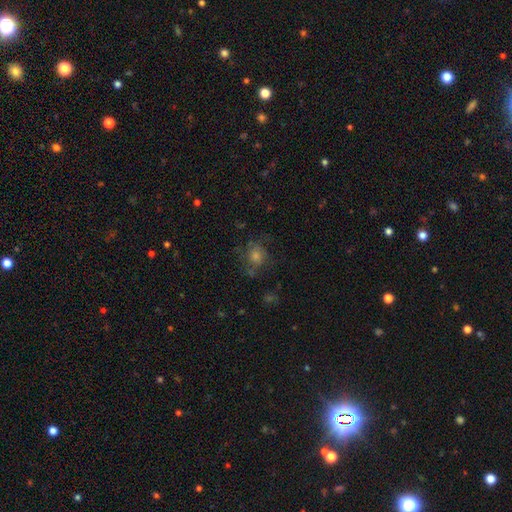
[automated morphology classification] Smooth or featured: smooth — 42% (featured or disk — 32%)
Merging: none — 66% (minor disturbance — 18%)